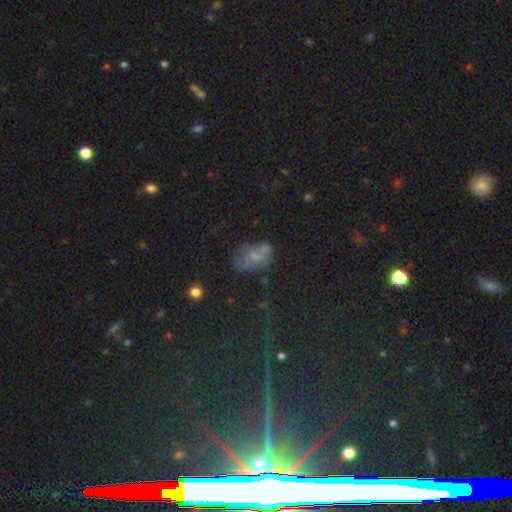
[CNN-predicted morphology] smooth_or_featured: smooth (p=0.41) [alt: star or artifact p=0.31]
merging: none (p=0.40) [alt: minor disturbance p=0.24]